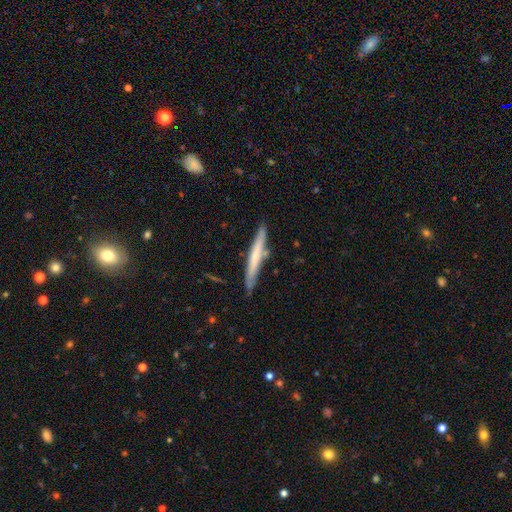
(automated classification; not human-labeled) smooth 50%, featured or disk 44%, star or artifact 6%. Down the decision tree: how rounded — cigar-shaped (95%); merging — none (81%).